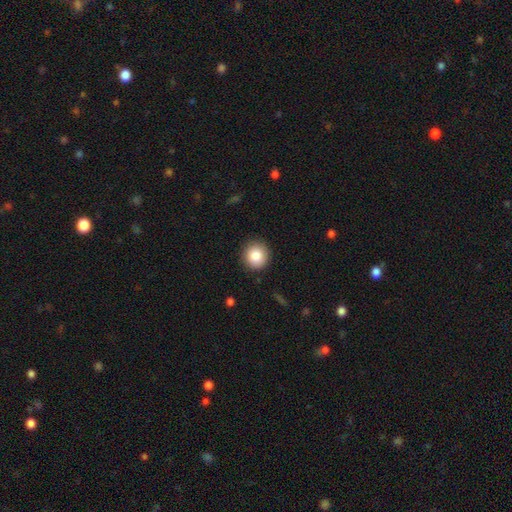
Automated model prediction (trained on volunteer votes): Smooth or featured?
  - smooth: 85% *
  - star or artifact: 9%
  - featured or disk: 6%
How rounded?
  - round: 94% *
  - in between: 6%
  - cigar-shaped: 1%
Merging?
  - none: 91% *
  - minor disturbance: 6%
  - major disturbance: 2%
  - merger: 1%